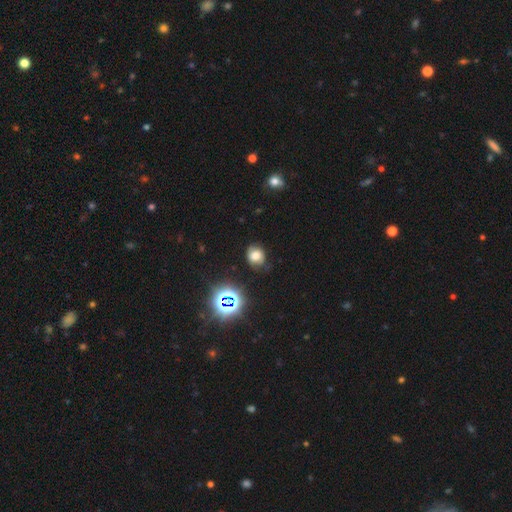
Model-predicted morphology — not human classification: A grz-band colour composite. It shows a smooth galaxy with no disk features (66%) that is round (60%). Merging: none (70%).